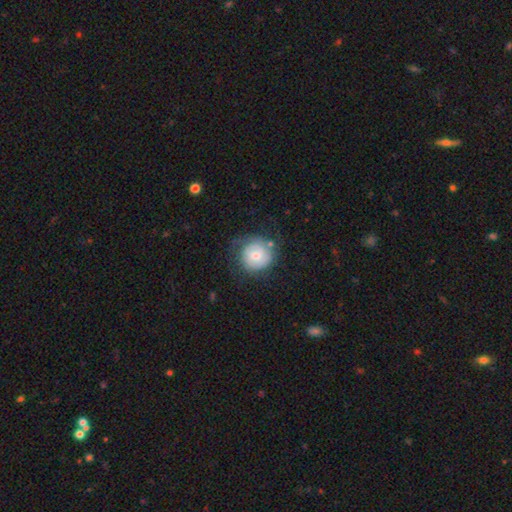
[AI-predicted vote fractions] This appears to be a smooth galaxy with no disk features (50%) that is round (90%). Merging: none (59%).